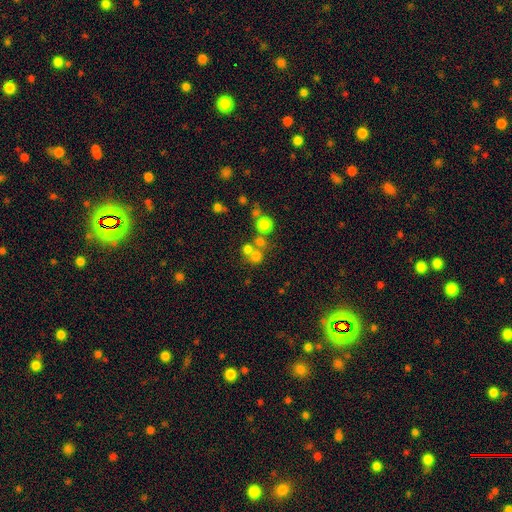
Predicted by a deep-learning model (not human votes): Smooth or featured? smooth (65%)
How rounded? round (87%)
Merging? none (52%)